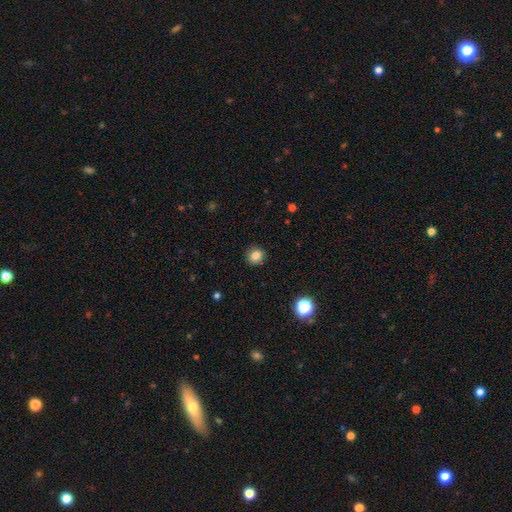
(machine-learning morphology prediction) This appears to be a smooth galaxy with no disk features (83%) that is round (87%). Merging: none (90%).